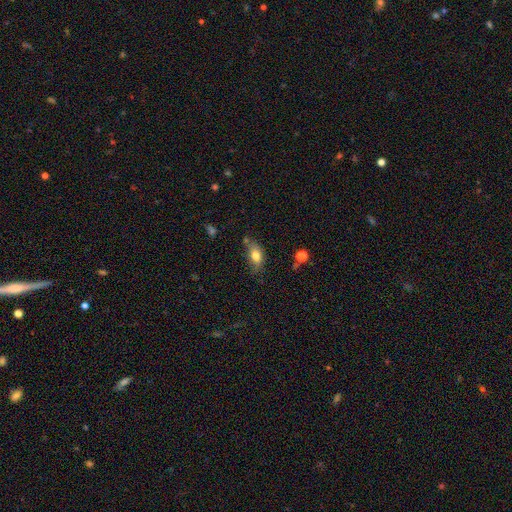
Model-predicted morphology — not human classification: This appears to be a smooth galaxy with no disk features (76%) that is in between round and cigar-shaped (83%). Merging: none (56%).